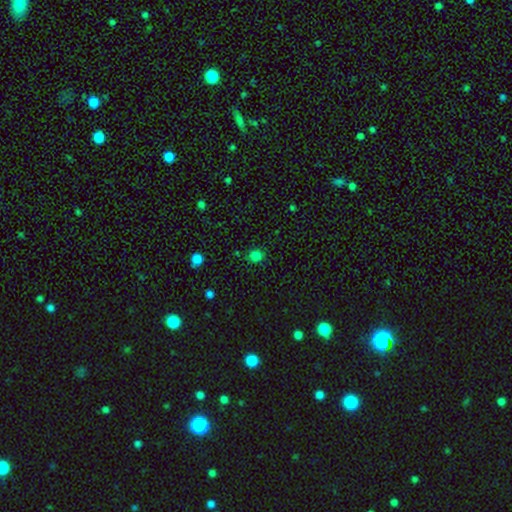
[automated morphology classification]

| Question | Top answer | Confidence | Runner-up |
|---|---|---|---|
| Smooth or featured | smooth | 81% | star or artifact (16%) |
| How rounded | round | 78% | in between (21%) |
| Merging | none | 85% | minor disturbance (10%) |